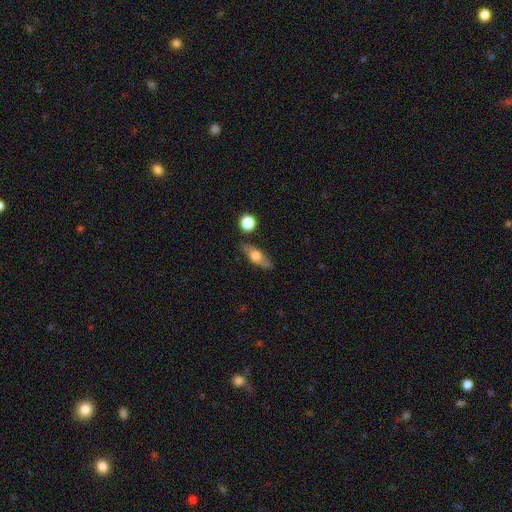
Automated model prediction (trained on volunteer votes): This is possibly a smooth galaxy (50%). How rounded: likely in between (62%). Merging: clearly none (80%).